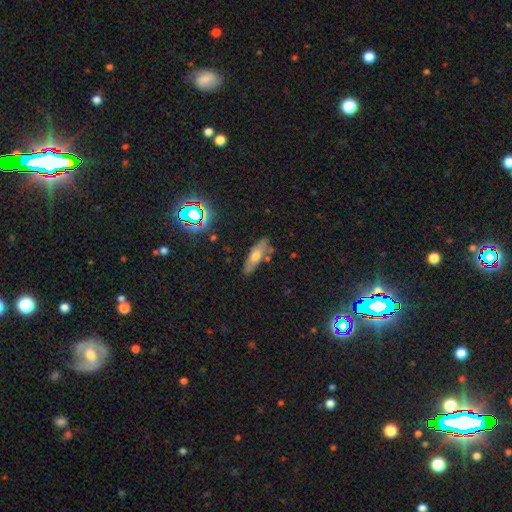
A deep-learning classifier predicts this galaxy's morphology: The model was most divided on "how rounded": in between: 54%, cigar-shaped: 43%, round: 4%. More confident: merging — none (75%); smooth or featured — smooth (53%).